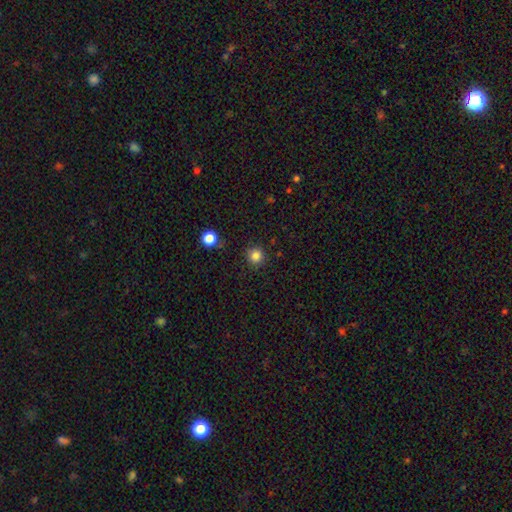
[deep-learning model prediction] Smooth or featured: smooth — 83% (star or artifact — 13%)
How rounded: round — 93% (in between — 6%)
Merging: none — 87% (minor disturbance — 8%)